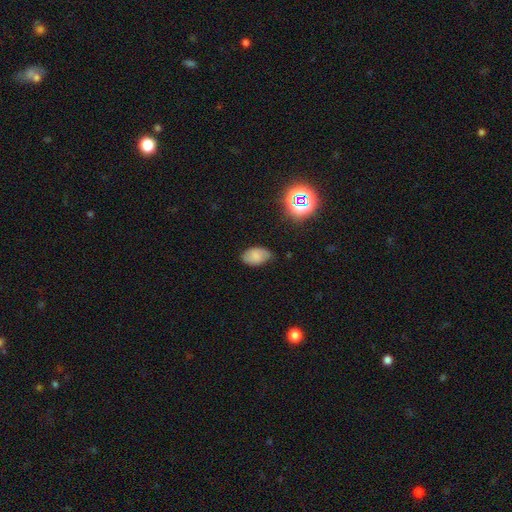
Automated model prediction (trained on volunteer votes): This appears to be a smooth galaxy with no disk features (74%) that is in between round and cigar-shaped (91%). Merging: none (70%).